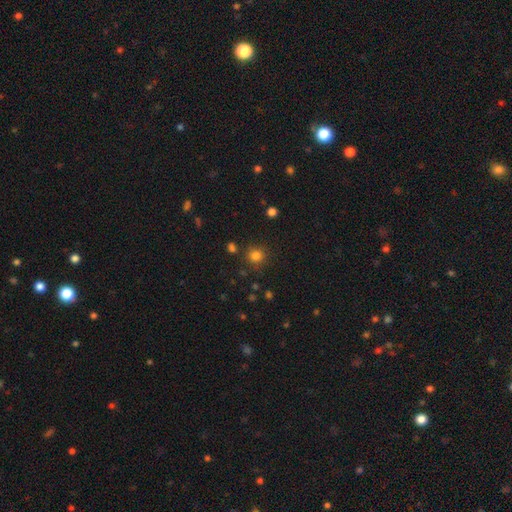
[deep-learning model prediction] smooth-or-featured: smooth: 80% | star or artifact: 15% | featured or disk: 5%
  how-rounded: round: 91% | in between: 8% | cigar-shaped: 1%
  merging: none: 85% | minor disturbance: 8% | merger: 3% | major disturbance: 3%